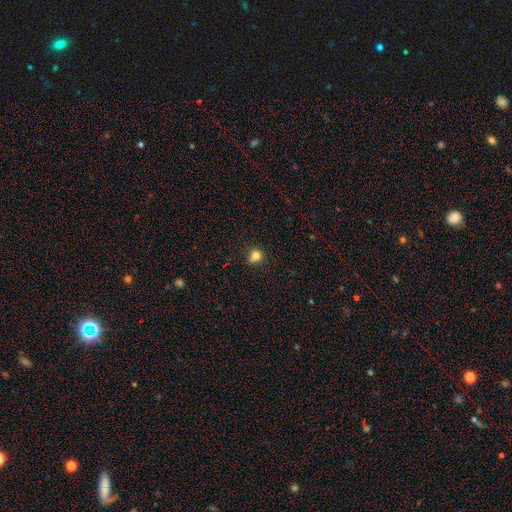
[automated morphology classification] The model was most divided on "merging": none: 69%, minor disturbance: 22%, major disturbance: 5%, merger: 4%. More confident: smooth or featured — smooth (80%); how rounded — round (78%).